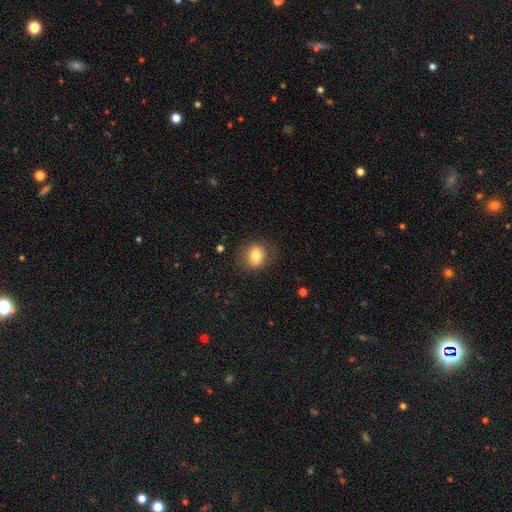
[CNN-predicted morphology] The model was most divided on "how rounded": round: 74%, in between: 25%, cigar-shaped: 1%. More confident: merging — none (84%); smooth or featured — smooth (77%).